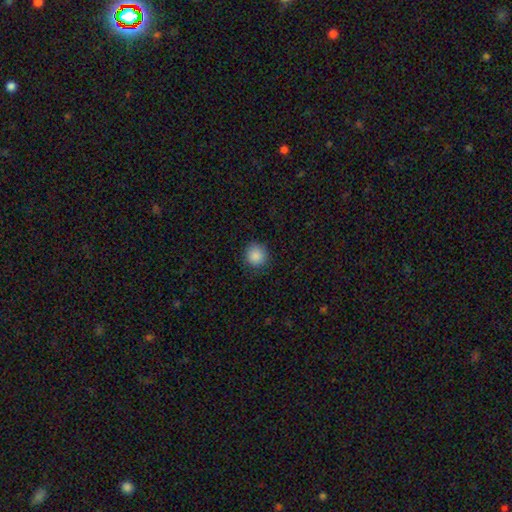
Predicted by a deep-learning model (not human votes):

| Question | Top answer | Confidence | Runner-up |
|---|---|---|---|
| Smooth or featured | smooth | 87% | star or artifact (10%) |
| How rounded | round | 92% | in between (7%) |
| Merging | none | 88% | minor disturbance (9%) |